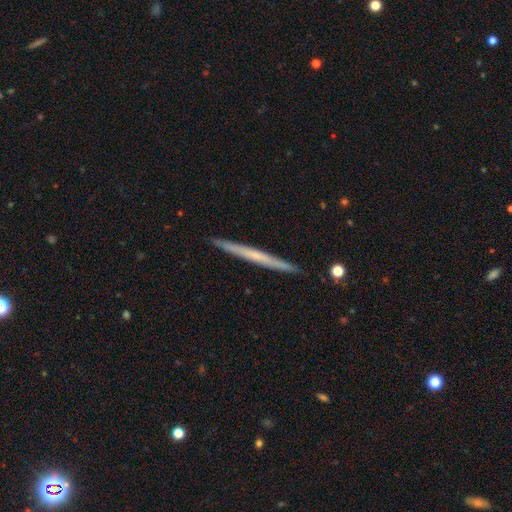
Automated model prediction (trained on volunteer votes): This appears to be a featured or disk galaxy (55%) viewed edge-on (97%) with no central bulge (79%). Merging: none (92%).